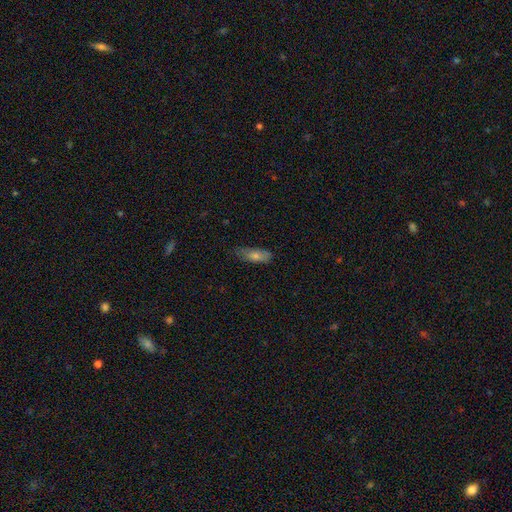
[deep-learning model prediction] smooth-or-featured: smooth: 65% | featured or disk: 26% | star or artifact: 9%
  how-rounded: in between: 57% | cigar-shaped: 40% | round: 3%
  merging: none: 66% | minor disturbance: 26% | major disturbance: 6% | merger: 2%